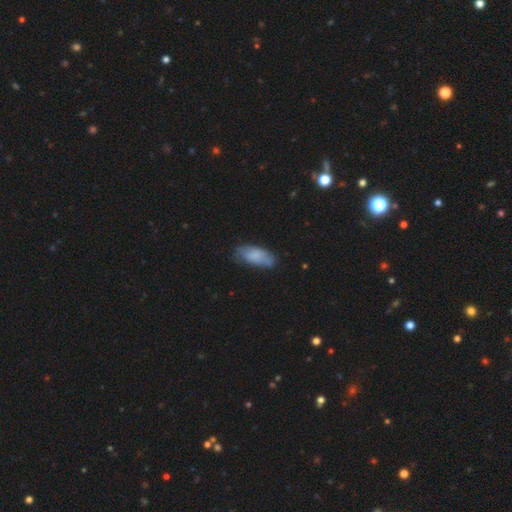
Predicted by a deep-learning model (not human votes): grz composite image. It shows a smooth galaxy with no disk features (78%) that is in between round and cigar-shaped (83%). Merging: none (64%).